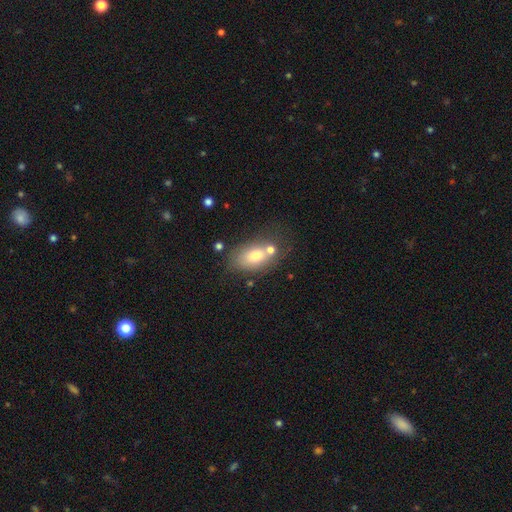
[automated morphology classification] Smooth or featured?
  - smooth: 71% *
  - featured or disk: 20%
  - star or artifact: 9%
How rounded?
  - in between: 86% *
  - round: 11%
  - cigar-shaped: 3%
Merging?
  - none: 51% *
  - merger: 24%
  - minor disturbance: 17%
  - major disturbance: 7%